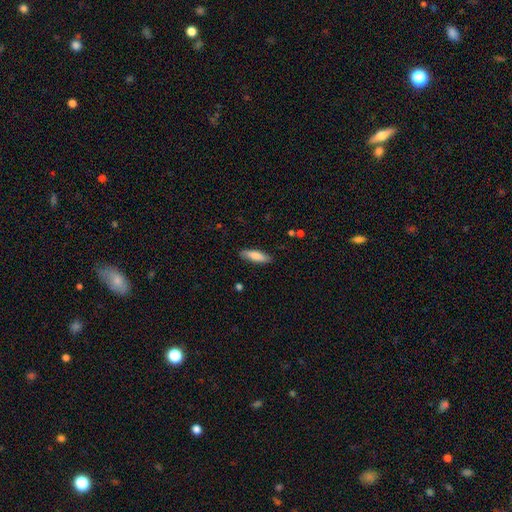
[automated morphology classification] Smooth or featured?
  - smooth: 81% *
  - featured or disk: 13%
  - star or artifact: 6%
How rounded?
  - cigar-shaped: 56% *
  - in between: 43%
  - round: 2%
Merging?
  - none: 85% *
  - minor disturbance: 12%
  - major disturbance: 2%
  - merger: 1%